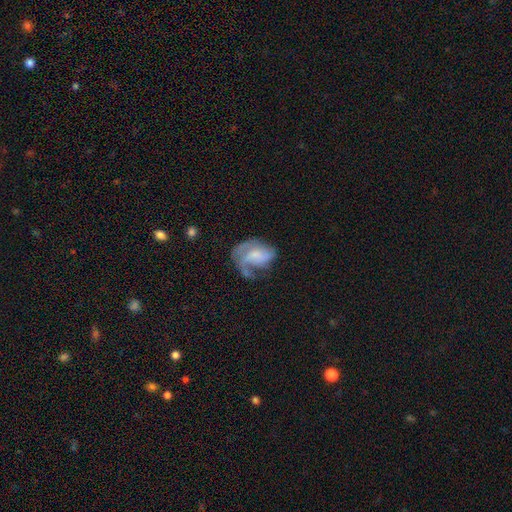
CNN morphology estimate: A featured or disk galaxy (69%) with no bar (57%), 1 (35%) medium (43%) spiral arms (85%) and a small central bulge (34%).

Vote fractions:
- Smooth or featured? featured or disk: 69% / smooth: 24% / star or artifact: 7%
- Edge-on disk? no: 98% / yes: 2%
- Bar? no: 57% / weak: 35% / strong: 8%
- Spiral arms? yes: 85% / no: 15%
- Spiral winding? medium: 43% / loose: 32% / tight: 25%
- Spiral arm count? 1: 35% / 2: 28% / can't tell: 16% / 3: 14% / 4: 3% / more than 4: 3%
- Bulge size? small: 34% / none: 31% / moderate: 24% / large: 9% / dominant: 2%
- Merging? major disturbance: 38% / none: 34% / minor disturbance: 23% / merger: 5%